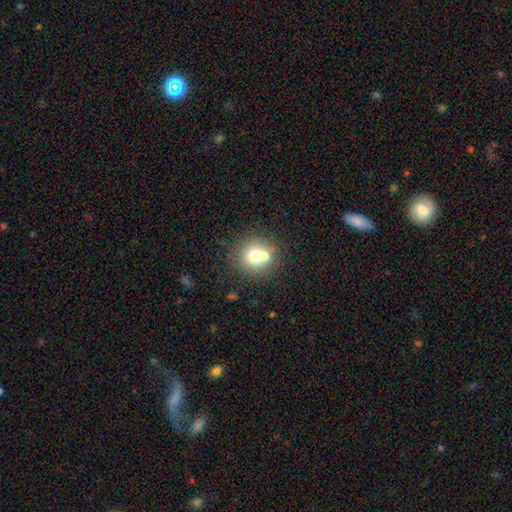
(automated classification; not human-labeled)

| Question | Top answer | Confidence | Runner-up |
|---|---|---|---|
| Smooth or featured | smooth | 68% | featured or disk (19%) |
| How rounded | round | 88% | in between (11%) |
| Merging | none | 56% | merger (33%) |